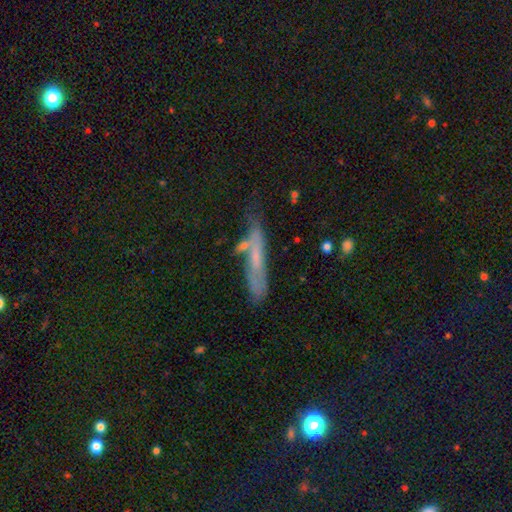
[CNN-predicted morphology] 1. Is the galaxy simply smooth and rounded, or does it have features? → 46% smooth, 42% featured or disk, 12% star or artifact.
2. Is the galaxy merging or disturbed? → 57% none, 24% minor disturbance, 10% merger, 9% major disturbance.